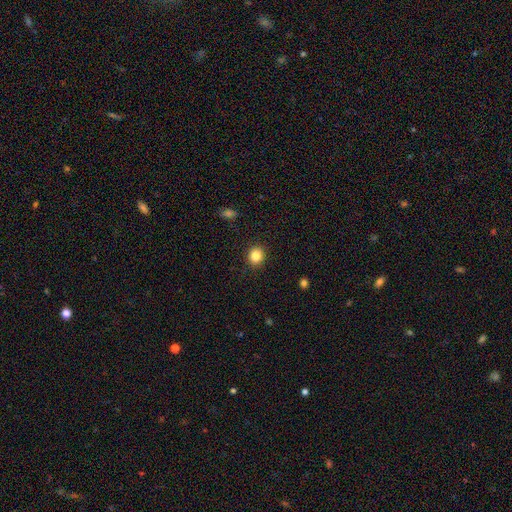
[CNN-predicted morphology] This is clearly a smooth galaxy (85%). How rounded: clearly round (80%). Merging: clearly none (91%).